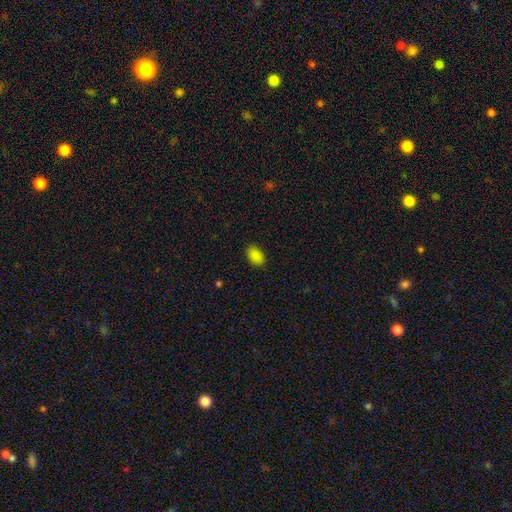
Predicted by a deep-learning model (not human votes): Smooth or featured? smooth (87%)
How rounded? in between (89%)
Merging? none (87%)